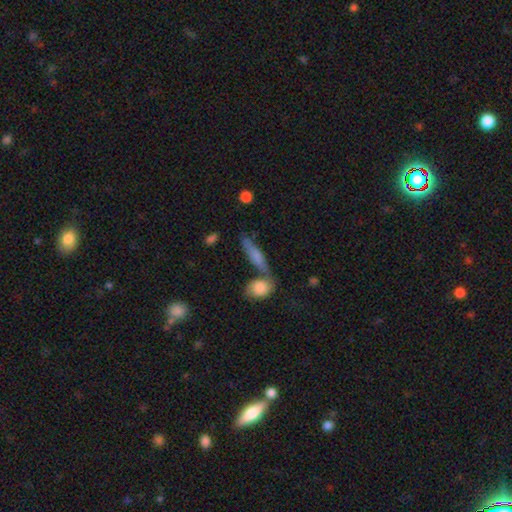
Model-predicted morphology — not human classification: smooth_or_featured: smooth (p=0.62) [alt: featured or disk p=0.29]
how_rounded: cigar-shaped (p=0.66) [alt: in between p=0.29]
merging: none (p=0.53) [alt: merger p=0.27]